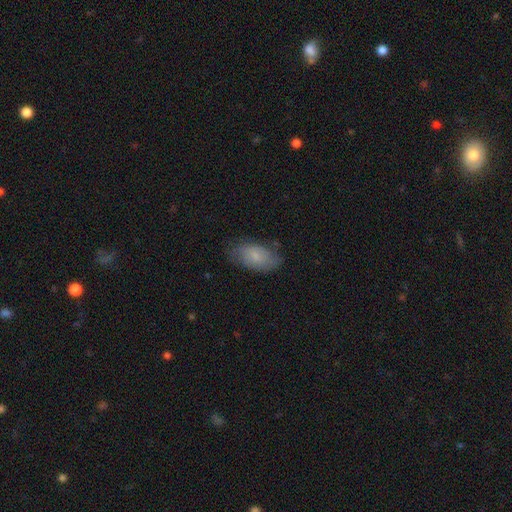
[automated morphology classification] type=smooth (73%); roundness=in between (93%); merging=none (73%).